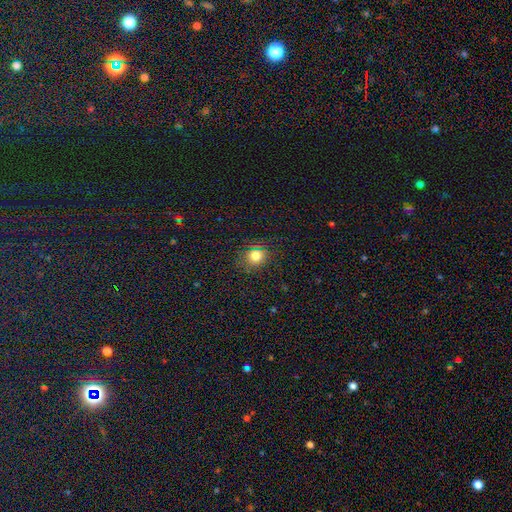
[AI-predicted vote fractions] A smooth galaxy with no disk features (76%) that is round (83%). Merging: none (86%).